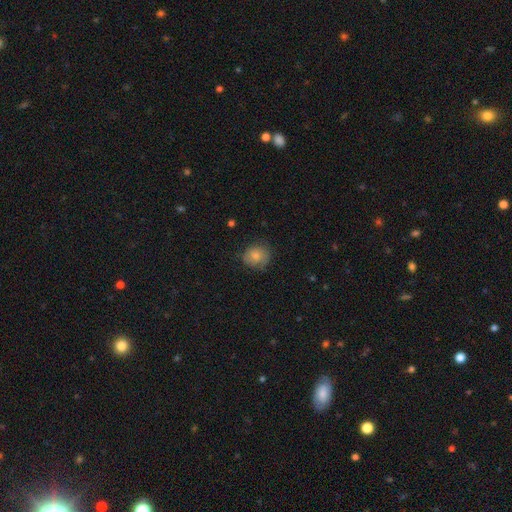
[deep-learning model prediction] The model was most divided on "merging": none: 65%, minor disturbance: 26%, major disturbance: 8%, merger: 1%. More confident: how rounded — round (79%); smooth or featured — smooth (77%).